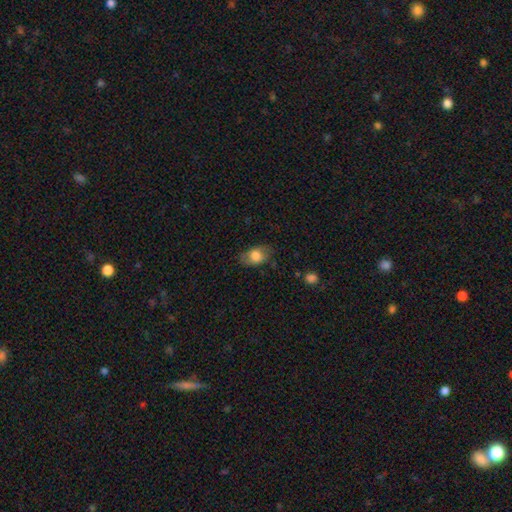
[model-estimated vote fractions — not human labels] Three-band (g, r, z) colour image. It shows a smooth galaxy with no disk features (74%) that is in between round and cigar-shaped (85%). Merging: none (74%).